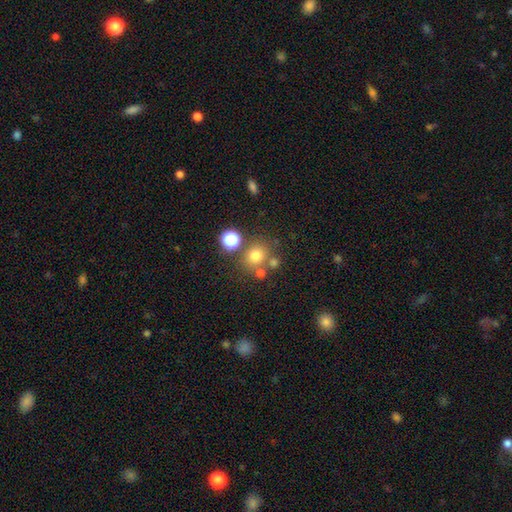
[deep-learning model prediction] Smooth or featured? smooth (72%)
How rounded? round (81%)
Merging? none (69%)